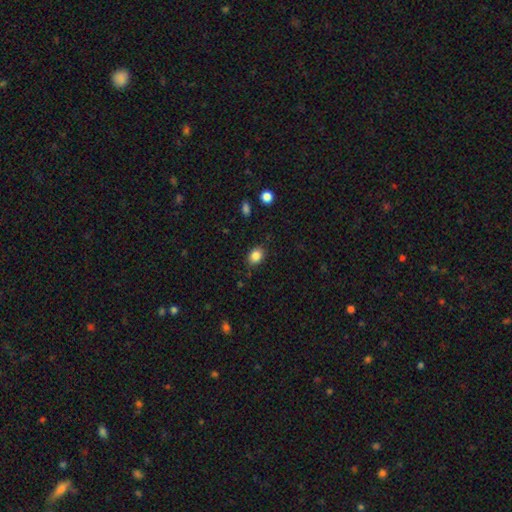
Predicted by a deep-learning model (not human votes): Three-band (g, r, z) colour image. It shows a smooth galaxy with no disk features (86%) that is in between round and cigar-shaped (67%). Merging: none (84%).